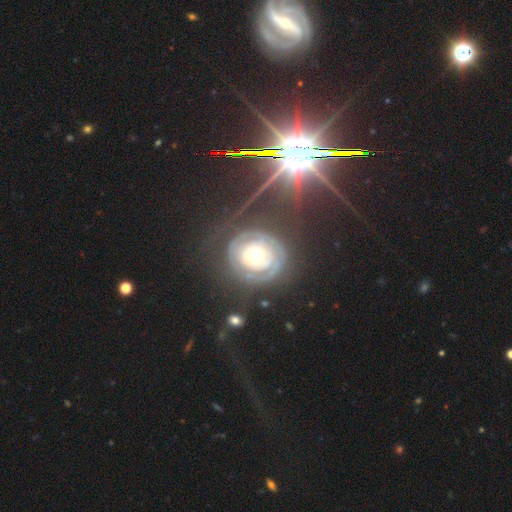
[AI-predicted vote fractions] Smooth or featured? Predicted: featured or disk (p=0.76). Edge-on disk? Predicted: no (p=0.96). Bar? Predicted: no (p=0.81). Spiral arms? Predicted: yes (p=0.74). Spiral winding? Predicted: tight (p=0.79). Spiral arm count? Predicted: can't tell (p=0.39). Bulge size? Predicted: moderate (p=0.68). Merging? Predicted: none (p=0.69).